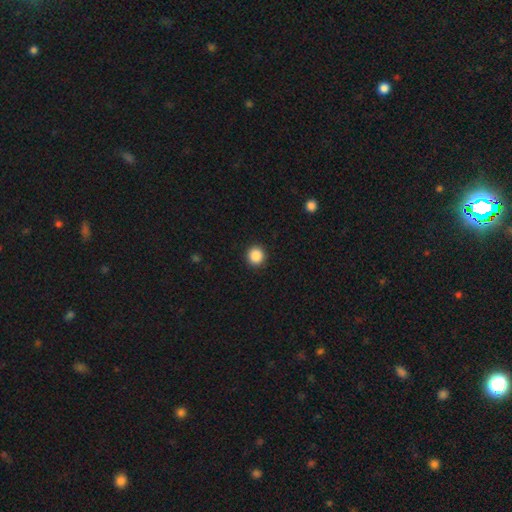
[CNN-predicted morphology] A smooth galaxy with no disk features (88%) that is round (93%). Merging: none (93%).